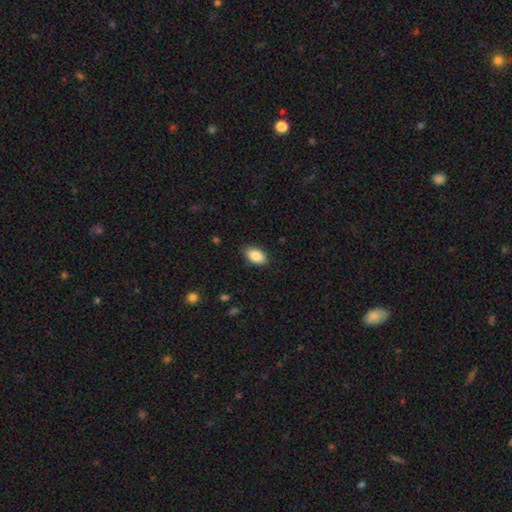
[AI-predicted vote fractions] Smooth or featured? Predicted: smooth (p=0.87). How rounded? Predicted: in between (p=0.92). Merging? Predicted: none (p=0.84).